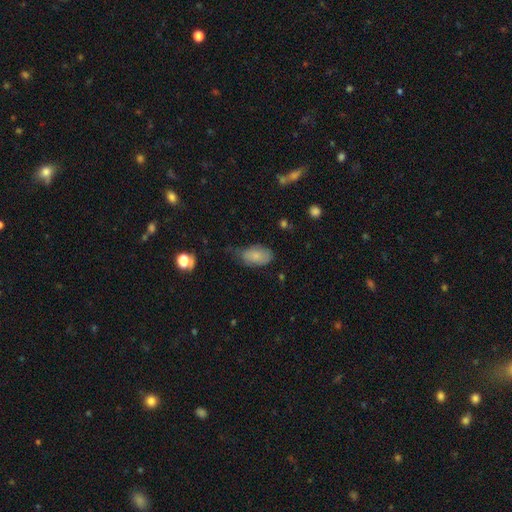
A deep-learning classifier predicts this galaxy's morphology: Smooth or featured?
  - smooth: 79% *
  - featured or disk: 13%
  - star or artifact: 8%
How rounded?
  - in between: 93% *
  - round: 5%
  - cigar-shaped: 3%
Merging?
  - none: 44% *
  - minor disturbance: 40%
  - major disturbance: 13%
  - merger: 3%